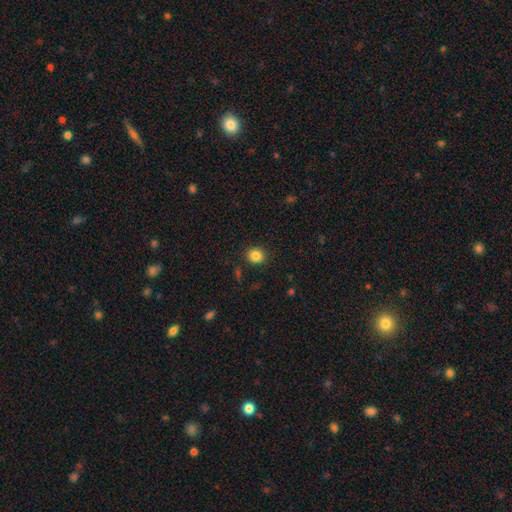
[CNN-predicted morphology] smooth_or_featured: smooth (p=0.85) [alt: star or artifact p=0.11]
how_rounded: round (p=0.85) [alt: in between p=0.14]
merging: none (p=0.89) [alt: minor disturbance p=0.07]